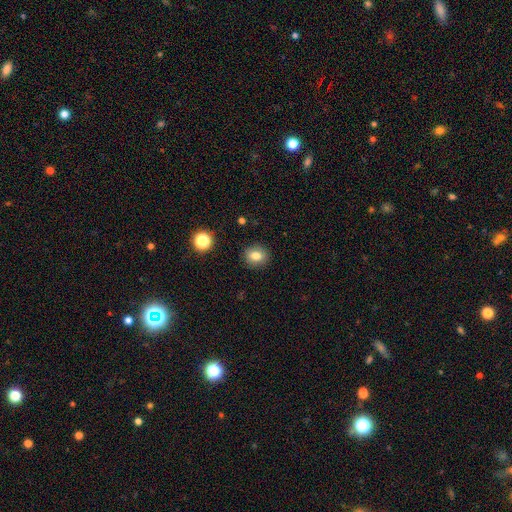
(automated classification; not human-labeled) Morphology: type=smooth (80%); roundness=round (67%); merging=none (89%).